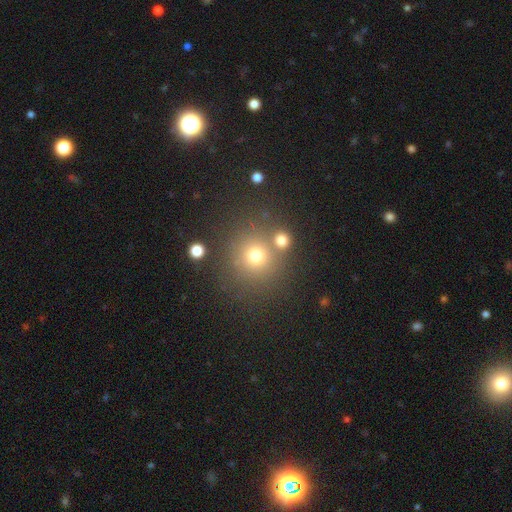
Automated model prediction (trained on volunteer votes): Smooth or featured?
  - smooth: 71% *
  - star or artifact: 19%
  - featured or disk: 10%
How rounded?
  - round: 91% *
  - in between: 8%
  - cigar-shaped: 1%
Merging?
  - none: 73% *
  - merger: 15%
  - minor disturbance: 8%
  - major disturbance: 4%